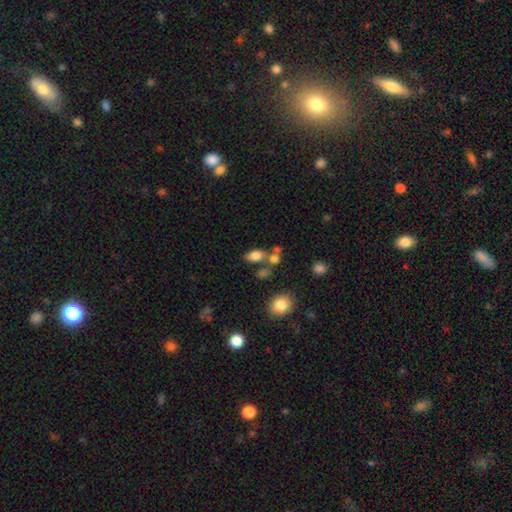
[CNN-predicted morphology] This appears to be a smooth galaxy with no disk features (78%) that is in between round and cigar-shaped (84%). Merging: none (52%).